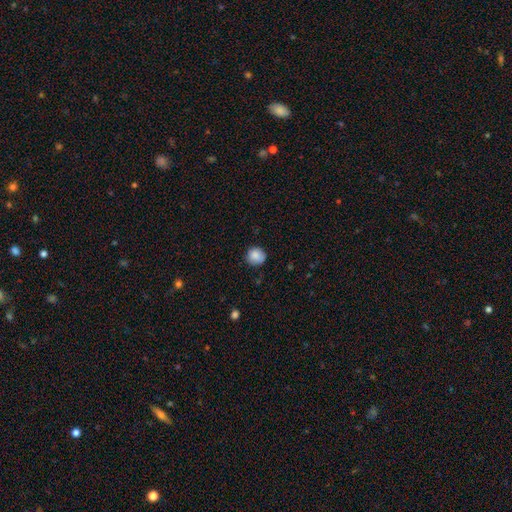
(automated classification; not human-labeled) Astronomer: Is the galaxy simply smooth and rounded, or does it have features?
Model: smooth — 86%.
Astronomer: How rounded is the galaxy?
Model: round — 88%.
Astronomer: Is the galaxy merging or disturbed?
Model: none — 82%.